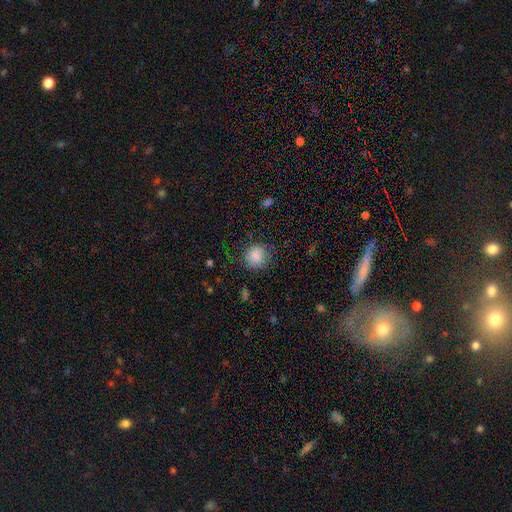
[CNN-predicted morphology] Q: Smooth or featured?
A: smooth (86%); runner-up: star or artifact (9%)
Q: How rounded?
A: round (88%); runner-up: in between (11%)
Q: Merging?
A: none (82%); runner-up: minor disturbance (13%)